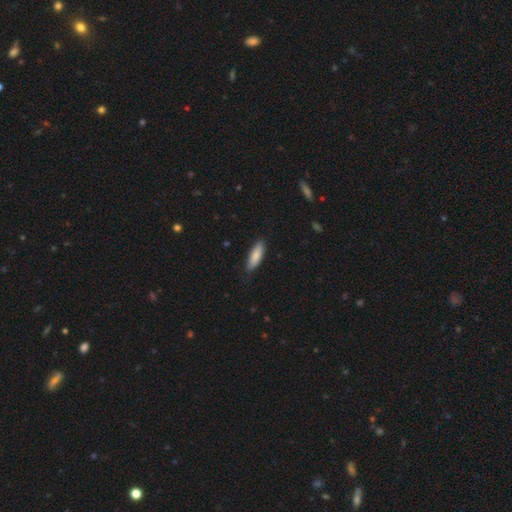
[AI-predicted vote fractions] smooth-or-featured: smooth: 84% | featured or disk: 10% | star or artifact: 6%
  how-rounded: in between: 50% | cigar-shaped: 48% | round: 2%
  merging: none: 83% | minor disturbance: 14% | major disturbance: 2% | merger: 1%